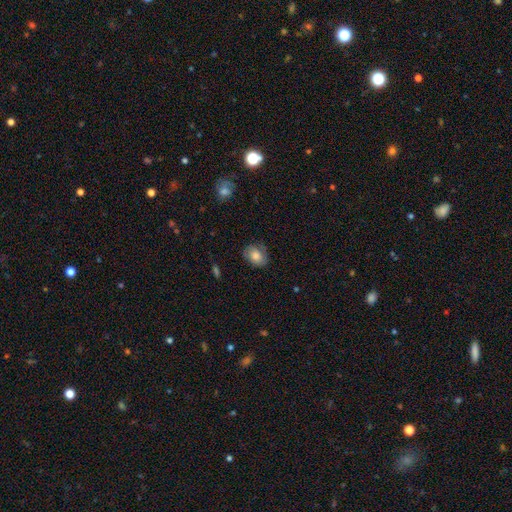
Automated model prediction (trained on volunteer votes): This appears to be a smooth galaxy with no disk features (74%) that is in between round and cigar-shaped (64%). Merging: none (74%).